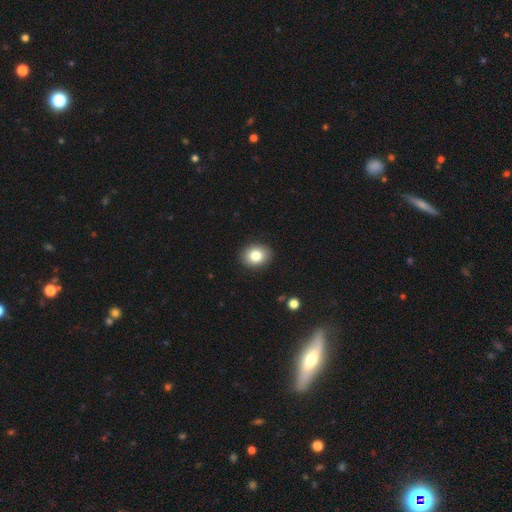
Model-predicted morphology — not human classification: Smooth or featured: smooth — 82% (star or artifact — 9%)
How rounded: round — 51% (in between — 48%)
Merging: none — 90% (minor disturbance — 7%)